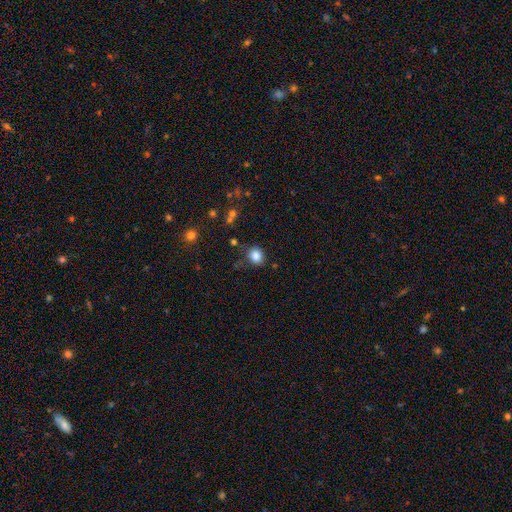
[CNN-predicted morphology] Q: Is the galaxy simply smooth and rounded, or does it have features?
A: smooth — 84%.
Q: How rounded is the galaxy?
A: round — 70%.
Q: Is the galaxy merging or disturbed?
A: none — 81%.